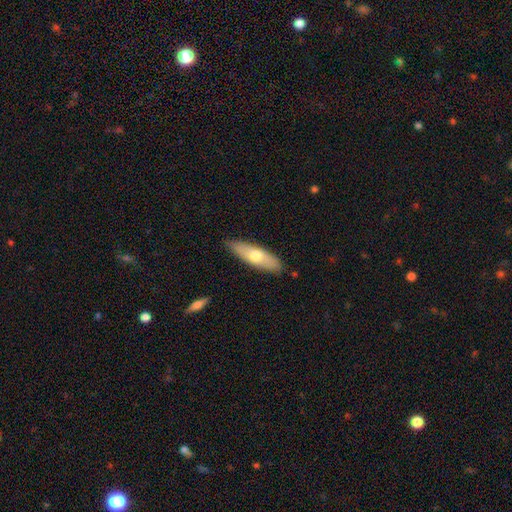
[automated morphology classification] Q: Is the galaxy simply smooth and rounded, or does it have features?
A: smooth — 62%.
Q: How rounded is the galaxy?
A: cigar-shaped — 52%.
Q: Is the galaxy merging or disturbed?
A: none — 85%.